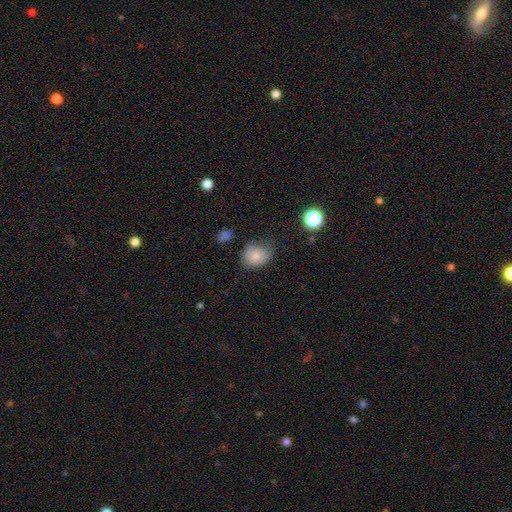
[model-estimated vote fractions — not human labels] smooth-or-featured: smooth: 82% | star or artifact: 10% | featured or disk: 8%
  how-rounded: round: 59% | in between: 40% | cigar-shaped: 1%
  merging: none: 57% | minor disturbance: 31% | major disturbance: 9% | merger: 3%